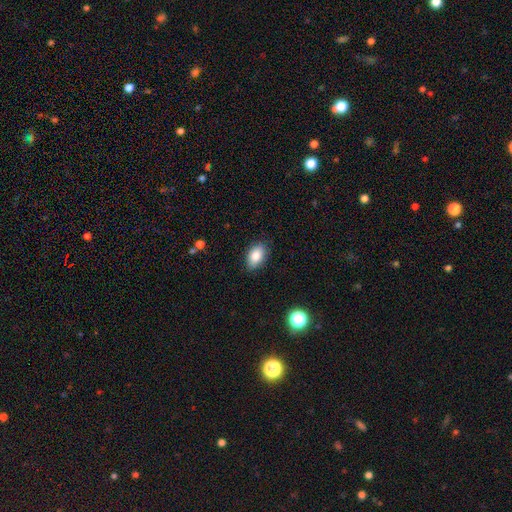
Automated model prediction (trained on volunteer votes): Smooth or featured? smooth (83%)
How rounded? in between (91%)
Merging? none (85%)